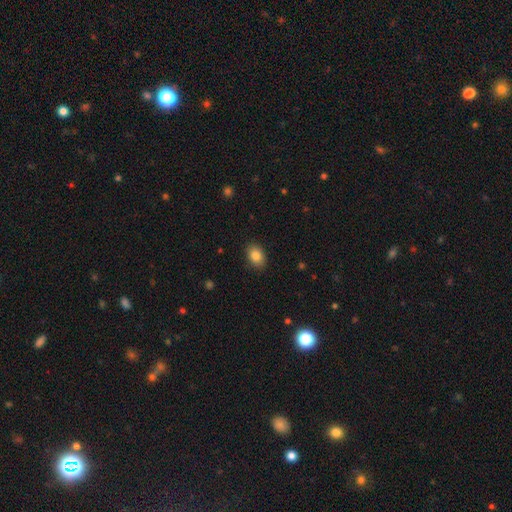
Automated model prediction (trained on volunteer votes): This is clearly a smooth galaxy (85%). How rounded: likely in between (77%). Merging: clearly none (88%).